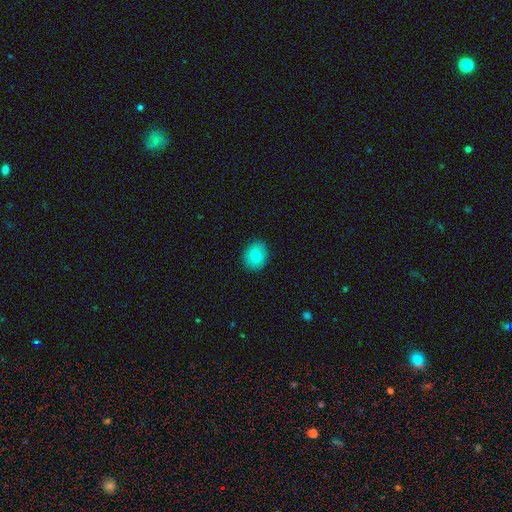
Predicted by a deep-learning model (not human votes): smooth-or-featured: smooth: 80% | featured or disk: 11% | star or artifact: 9%
  how-rounded: round: 60% | in between: 40% | cigar-shaped: 1%
  merging: none: 90% | minor disturbance: 7% | major disturbance: 2% | merger: 1%